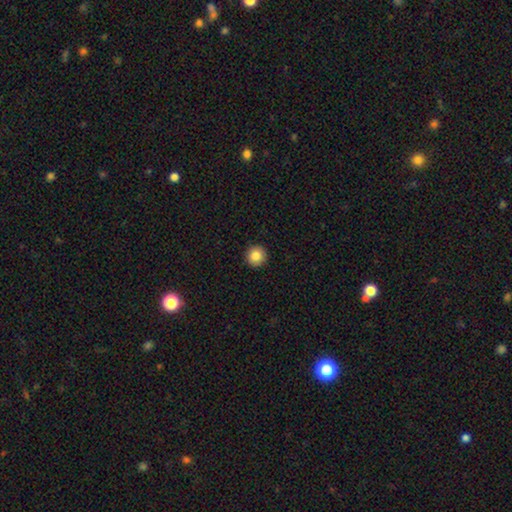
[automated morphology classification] Smooth or featured? Predicted: smooth (p=0.85). How rounded? Predicted: round (p=0.95). Merging? Predicted: none (p=0.93).